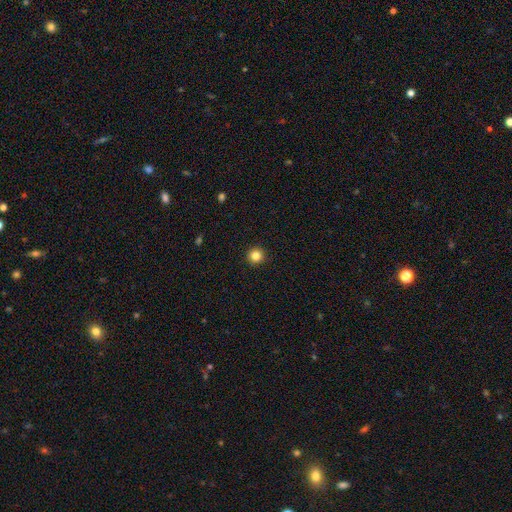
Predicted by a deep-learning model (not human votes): Morphology: type=smooth (83%); roundness=round (96%); merging=none (94%).